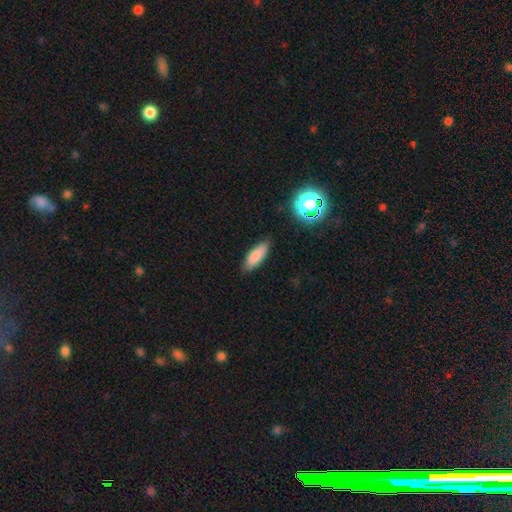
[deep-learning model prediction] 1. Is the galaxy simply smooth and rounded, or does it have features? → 84% smooth, 8% star or artifact, 8% featured or disk.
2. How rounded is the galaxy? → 64% in between, 34% cigar-shaped, 2% round.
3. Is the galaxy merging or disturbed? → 84% none, 13% minor disturbance, 2% major disturbance, 1% merger.